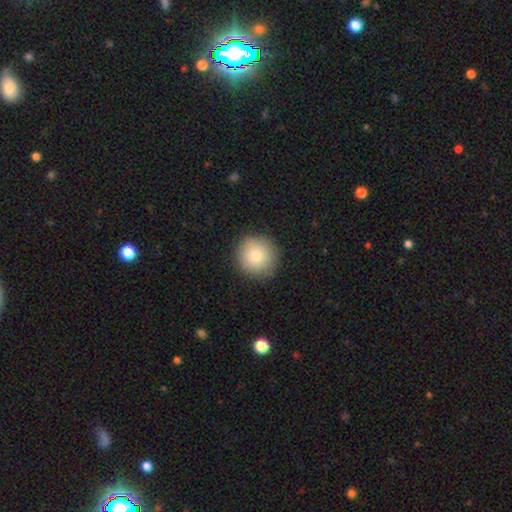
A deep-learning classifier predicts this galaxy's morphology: Smooth or featured? Predicted: smooth (p=0.82). How rounded? Predicted: round (p=0.95). Merging? Predicted: none (p=0.89).